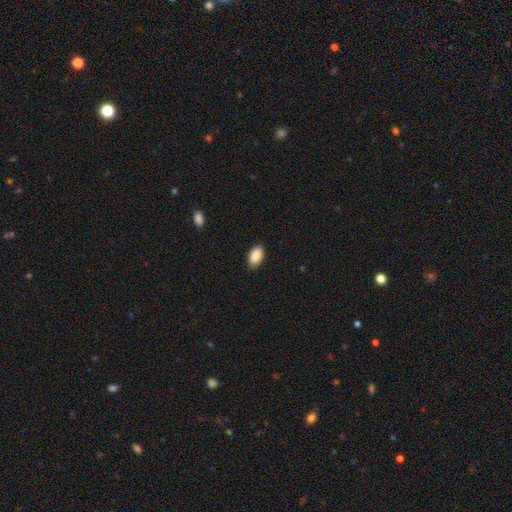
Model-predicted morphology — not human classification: smooth 89%, star or artifact 7%, featured or disk 4%. Down the decision tree: how rounded — in between (93%); merging — none (86%).